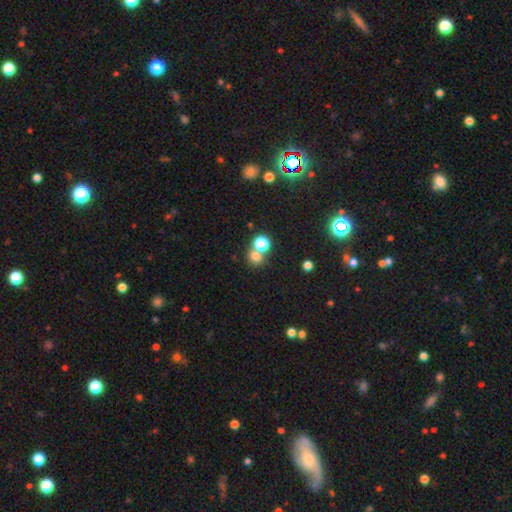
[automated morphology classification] A smooth galaxy with no disk features (71%) that is round (79%).

Vote fractions:
- Smooth or featured? smooth: 71% / star or artifact: 20% / featured or disk: 9%
- How rounded? round: 79% / in between: 20% / cigar-shaped: 1%
- Merging? none: 52% / merger: 36% / minor disturbance: 7% / major disturbance: 4%